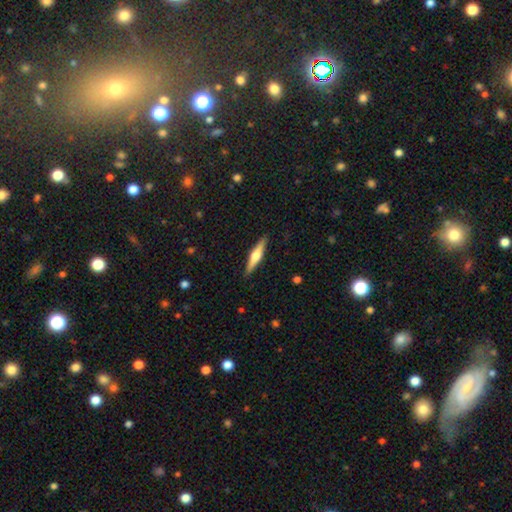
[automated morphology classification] Smooth or featured?
  - featured or disk: 60% *
  - smooth: 34%
  - star or artifact: 5%
Edge-on disk?
  - yes: 97% *
  - no: 3%
Edge-on bulge?
  - rounded: 89% *
  - boxy: 7%
  - none: 4%
Merging?
  - none: 90% *
  - minor disturbance: 7%
  - major disturbance: 2%
  - merger: 1%